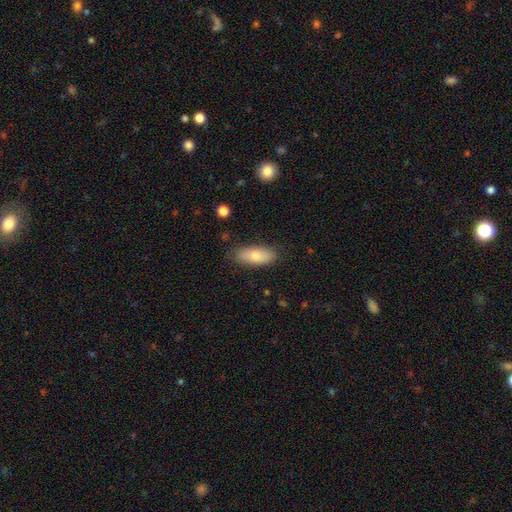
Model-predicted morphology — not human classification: Smooth or featured? smooth (75%)
How rounded? in between (79%)
Merging? none (83%)